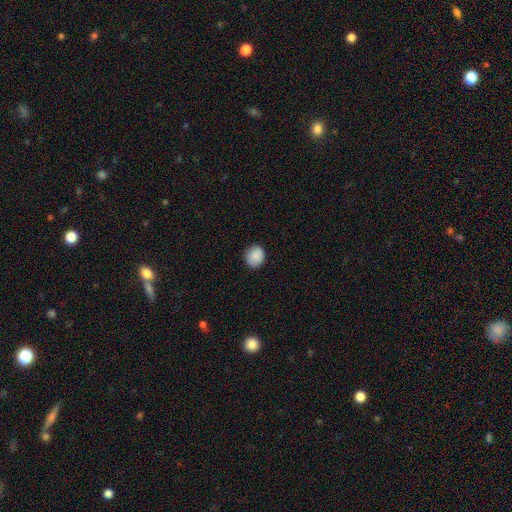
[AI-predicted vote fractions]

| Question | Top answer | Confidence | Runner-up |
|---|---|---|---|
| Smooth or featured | smooth | 88% | star or artifact (8%) |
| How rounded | round | 78% | in between (21%) |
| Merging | none | 86% | minor disturbance (10%) |